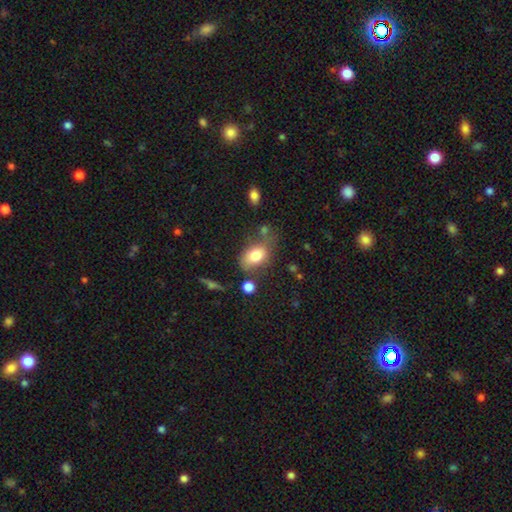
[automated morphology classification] Smooth or featured?
  - smooth: 78% *
  - featured or disk: 13%
  - star or artifact: 9%
How rounded?
  - in between: 85% *
  - round: 13%
  - cigar-shaped: 2%
Merging?
  - none: 58% *
  - minor disturbance: 22%
  - merger: 11%
  - major disturbance: 9%